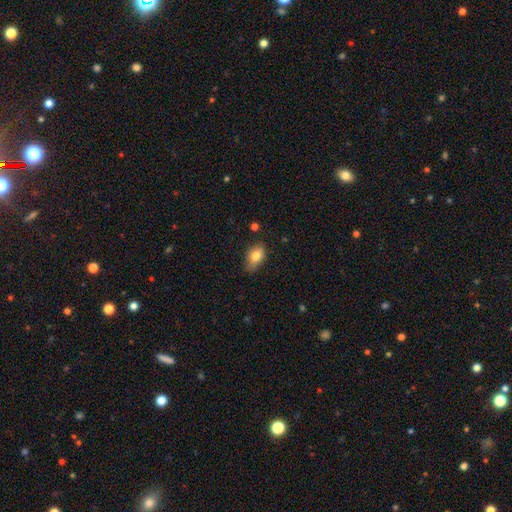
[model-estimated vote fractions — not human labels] Smooth or featured? Predicted: smooth (p=0.80). How rounded? Predicted: in between (p=0.86). Merging? Predicted: none (p=0.66).